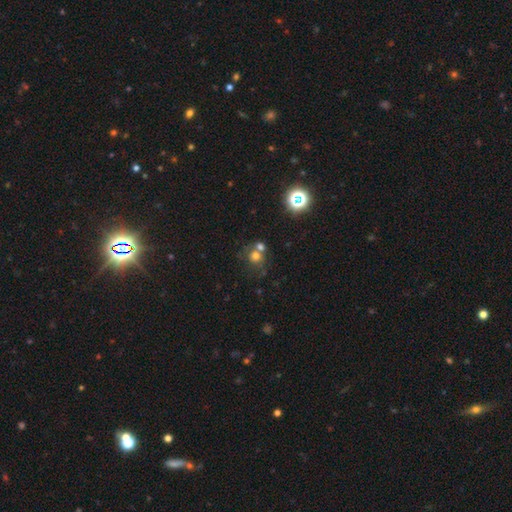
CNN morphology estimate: Q: Smooth or featured?
A: smooth (65%); runner-up: star or artifact (20%)
Q: How rounded?
A: round (85%); runner-up: in between (14%)
Q: Merging?
A: none (45%); runner-up: merger (40%)